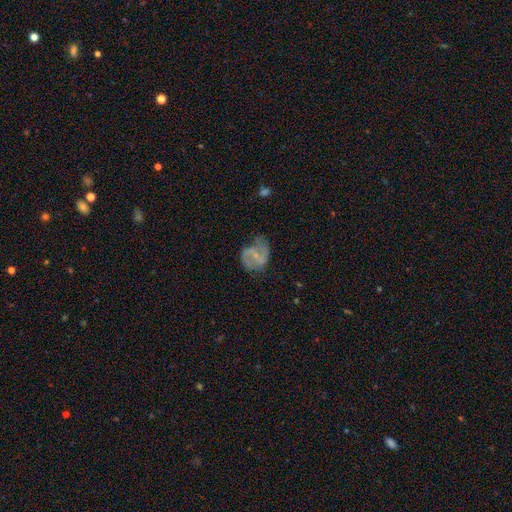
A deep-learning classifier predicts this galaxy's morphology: smooth_or_featured: featured or disk (p=0.68) [alt: smooth p=0.25]
disk_edge_on: no (p=0.98) [alt: yes p=0.02]
bar: no (p=0.46) [alt: weak p=0.42]
has_spiral_arms: yes (p=0.83) [alt: no p=0.17]
spiral_winding: medium (p=0.48) [alt: loose p=0.34]
spiral_arm_count: 2 (p=0.82) [alt: can't tell p=0.10]
bulge_size: small (p=0.64) [alt: moderate p=0.22]
merging: none (p=0.53) [alt: minor disturbance p=0.28]